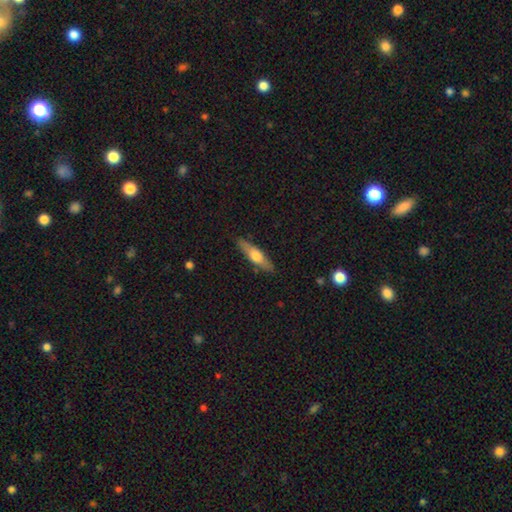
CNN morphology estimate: smooth 51%, featured or disk 43%, star or artifact 6%. Down the decision tree: how rounded — cigar-shaped (69%); merging — none (87%).